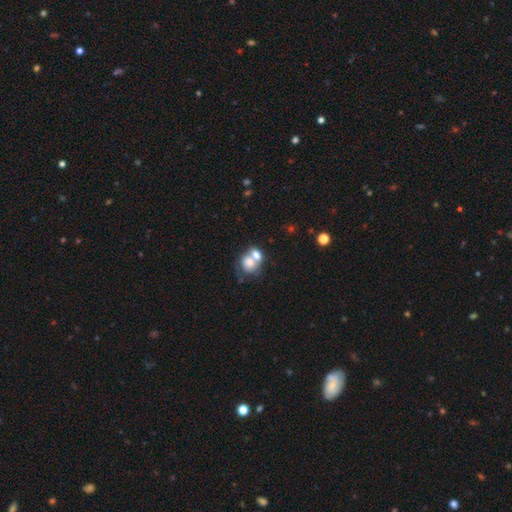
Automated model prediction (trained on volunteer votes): Smooth or featured?
  - smooth: 69% *
  - featured or disk: 22%
  - star or artifact: 9%
How rounded?
  - round: 56% *
  - in between: 43%
  - cigar-shaped: 1%
Merging?
  - merger: 65% *
  - none: 22%
  - minor disturbance: 8%
  - major disturbance: 5%